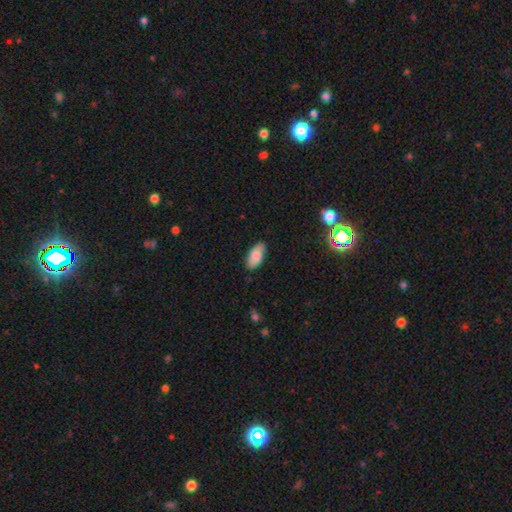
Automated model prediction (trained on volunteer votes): A smooth galaxy with no disk features (72%) that is in between round and cigar-shaped (92%).

Vote fractions:
- Smooth or featured? smooth: 72% / featured or disk: 21% / star or artifact: 7%
- How rounded? in between: 92% / cigar-shaped: 5% / round: 3%
- Merging? none: 81% / minor disturbance: 15% / major disturbance: 3% / merger: 1%